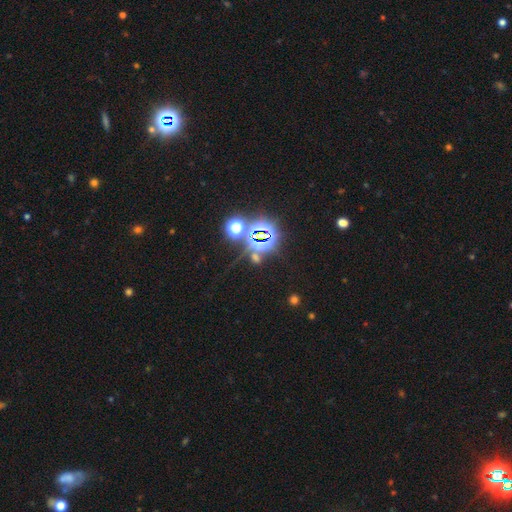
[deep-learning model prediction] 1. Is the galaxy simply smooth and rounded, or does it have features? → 74% star or artifact, 17% smooth, 9% featured or disk.